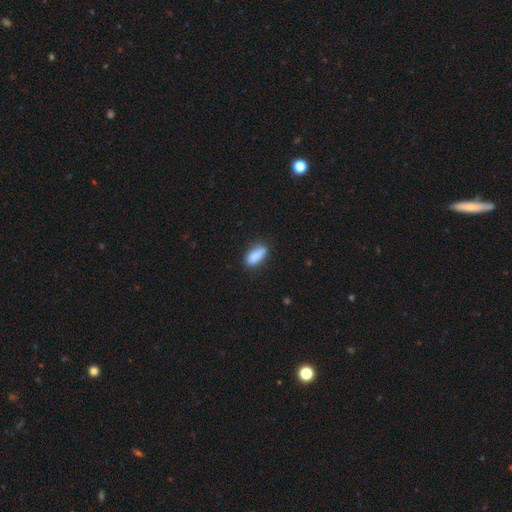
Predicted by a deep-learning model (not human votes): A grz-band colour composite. It shows a smooth galaxy with no disk features (87%) that is in between round and cigar-shaped (74%). Merging: none (80%).